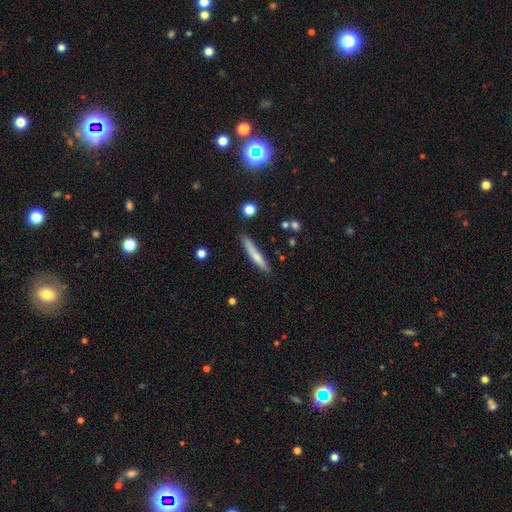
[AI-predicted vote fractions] Smooth or featured: smooth — 67% (featured or disk — 26%)
How rounded: cigar-shaped — 94% (in between — 5%)
Merging: none — 81% (minor disturbance — 14%)